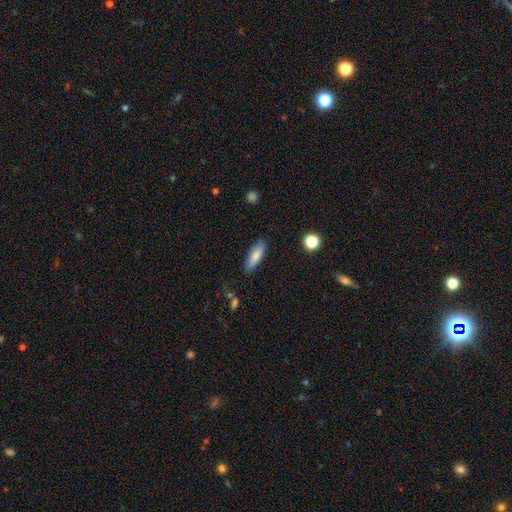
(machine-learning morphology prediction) The model was most divided on "how rounded": in between: 50%, cigar-shaped: 48%, round: 2%. More confident: merging — none (84%); smooth or featured — smooth (79%).